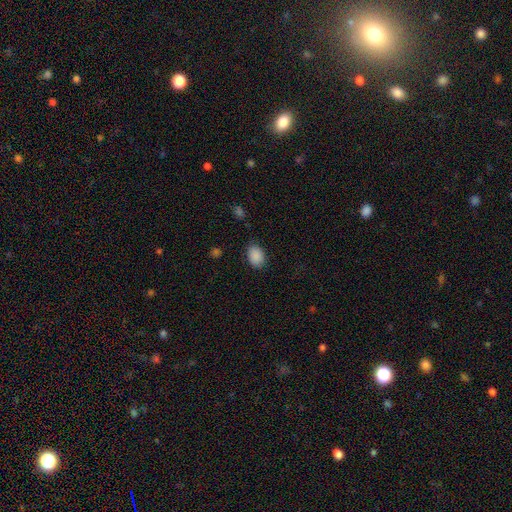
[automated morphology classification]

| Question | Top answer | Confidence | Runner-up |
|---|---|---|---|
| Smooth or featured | smooth | 89% | star or artifact (8%) |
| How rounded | in between | 77% | round (22%) |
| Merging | none | 83% | minor disturbance (13%) |